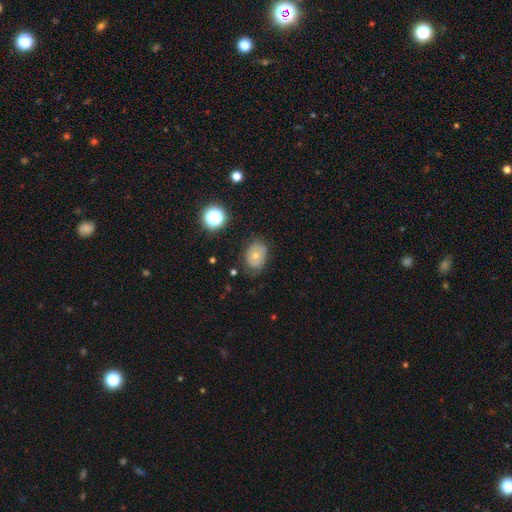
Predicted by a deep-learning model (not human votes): This appears to be a smooth galaxy with no disk features (59%) that is in between round and cigar-shaped (66%). Merging: none (64%).